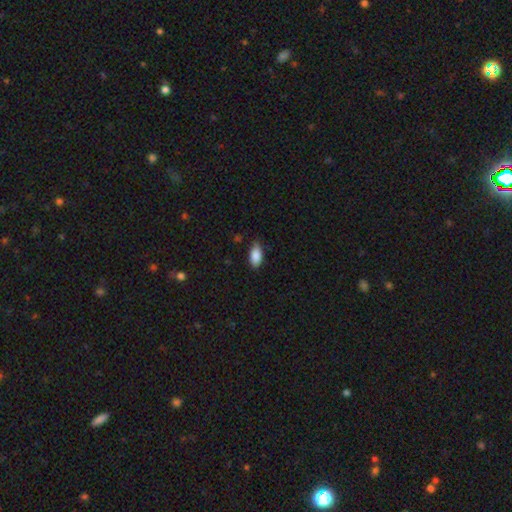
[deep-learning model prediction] smooth 87%, star or artifact 7%, featured or disk 6%. Down the decision tree: how rounded — in between (91%); merging — none (76%).